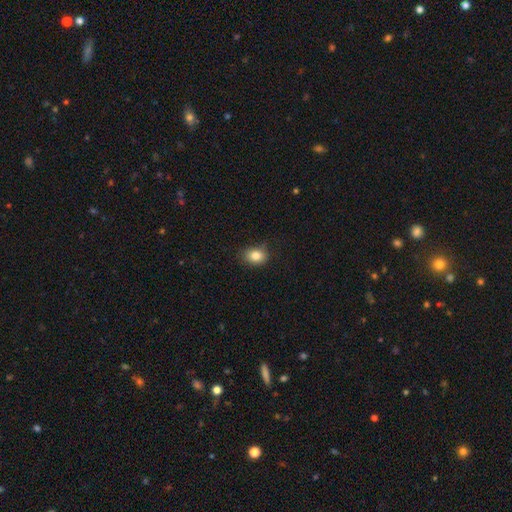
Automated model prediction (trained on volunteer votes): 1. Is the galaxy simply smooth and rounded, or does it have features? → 84% smooth, 10% star or artifact, 7% featured or disk.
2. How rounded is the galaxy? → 65% in between, 34% round, 1% cigar-shaped.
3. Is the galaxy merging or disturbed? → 79% none, 16% minor disturbance, 3% major disturbance, 1% merger.